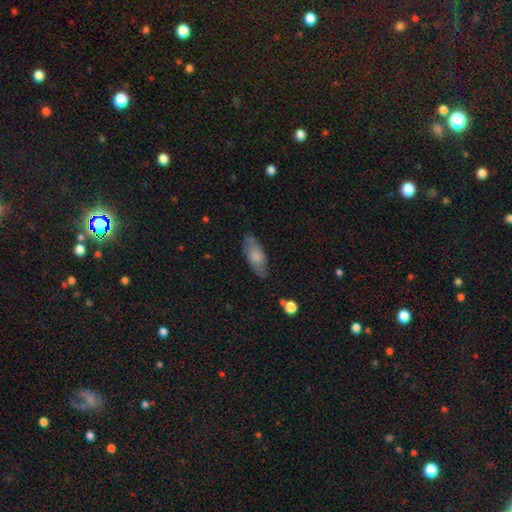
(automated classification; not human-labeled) smooth_or_featured: smooth (p=0.71) [alt: featured or disk p=0.22]
how_rounded: in between (p=0.83) [alt: cigar-shaped p=0.15]
merging: none (p=0.77) [alt: minor disturbance p=0.18]